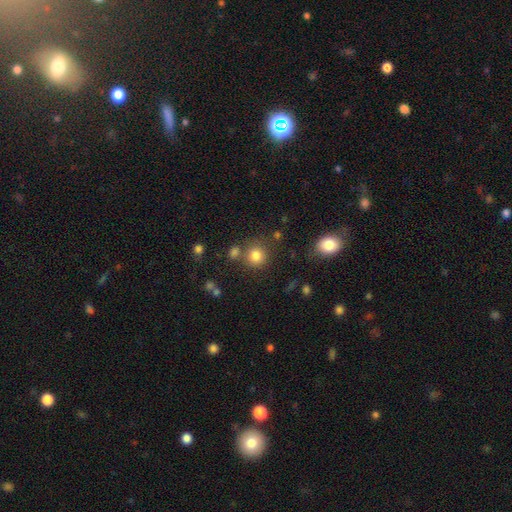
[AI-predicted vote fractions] A smooth galaxy with no disk features (80%) that is round (90%).

Vote fractions:
- Smooth or featured? smooth: 80% / star or artifact: 13% / featured or disk: 7%
- How rounded? round: 90% / in between: 9% / cigar-shaped: 1%
- Merging? none: 76% / merger: 11% / minor disturbance: 10% / major disturbance: 4%